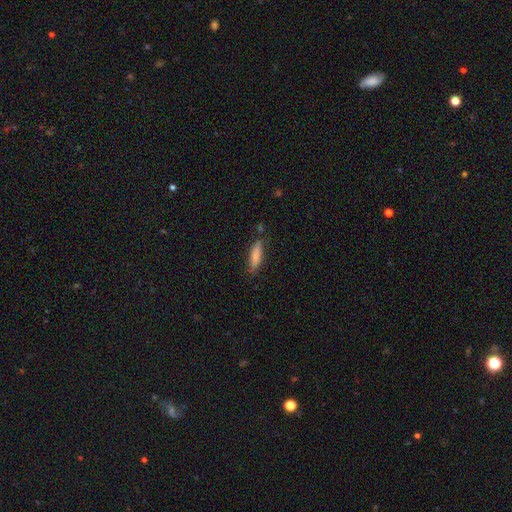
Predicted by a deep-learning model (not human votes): Q: Smooth or featured?
A: smooth (79%); runner-up: featured or disk (14%)
Q: How rounded?
A: cigar-shaped (67%); runner-up: in between (31%)
Q: Merging?
A: none (73%); runner-up: minor disturbance (20%)